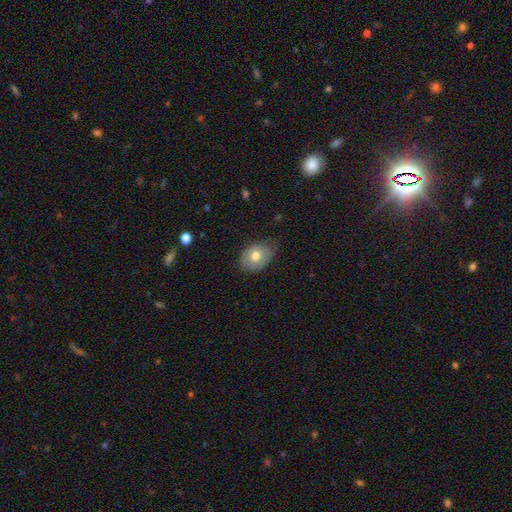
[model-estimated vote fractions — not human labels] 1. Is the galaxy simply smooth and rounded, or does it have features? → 70% smooth, 22% featured or disk, 8% star or artifact.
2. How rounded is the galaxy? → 70% in between, 29% round, 1% cigar-shaped.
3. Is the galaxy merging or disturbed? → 62% none, 30% minor disturbance, 6% major disturbance, 1% merger.